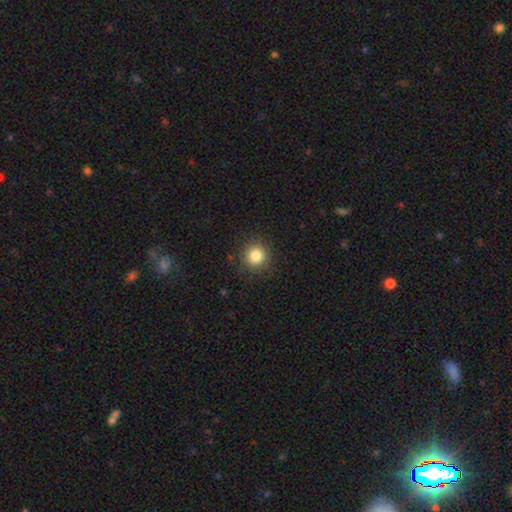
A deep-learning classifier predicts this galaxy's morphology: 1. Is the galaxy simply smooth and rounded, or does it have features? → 83% smooth, 12% star or artifact, 6% featured or disk.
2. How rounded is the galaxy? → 93% round, 6% in between, 1% cigar-shaped.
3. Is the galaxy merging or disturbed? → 89% none, 7% minor disturbance, 3% major disturbance, 1% merger.